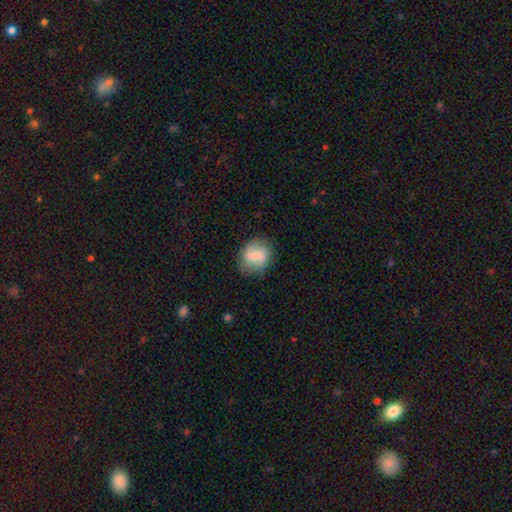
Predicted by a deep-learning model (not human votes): A smooth galaxy with no disk features (58%) that is round (65%).

Vote fractions:
- Smooth or featured? smooth: 58% / featured or disk: 35% / star or artifact: 7%
- How rounded? round: 65% / in between: 33% / cigar-shaped: 1%
- Merging? none: 79% / minor disturbance: 15% / major disturbance: 5% / merger: 1%